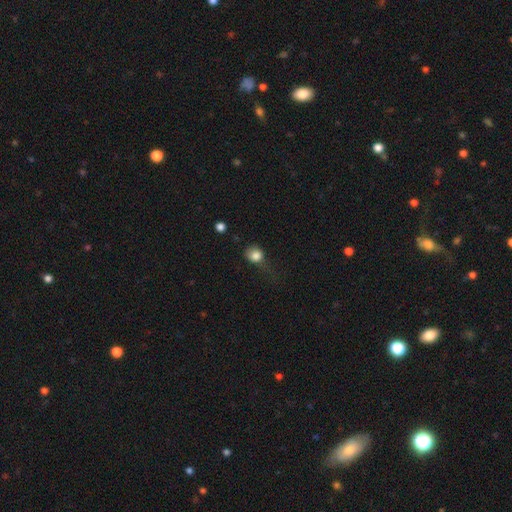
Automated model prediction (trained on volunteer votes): A smooth galaxy with no disk features (82%) that is round (67%). Merging: none (38%).